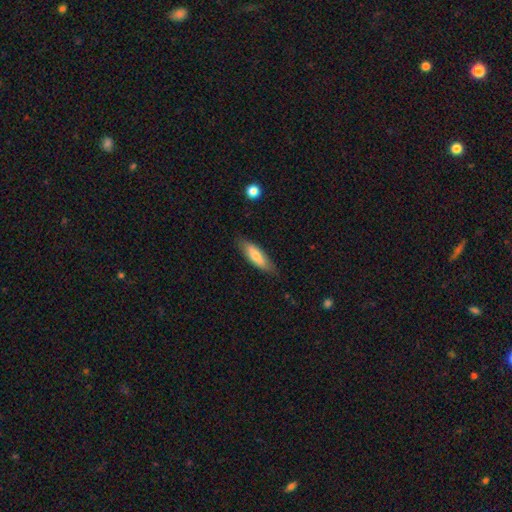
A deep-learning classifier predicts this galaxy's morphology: A smooth galaxy with no disk features (73%) that is cigar-shaped (56%). Merging: none (82%).